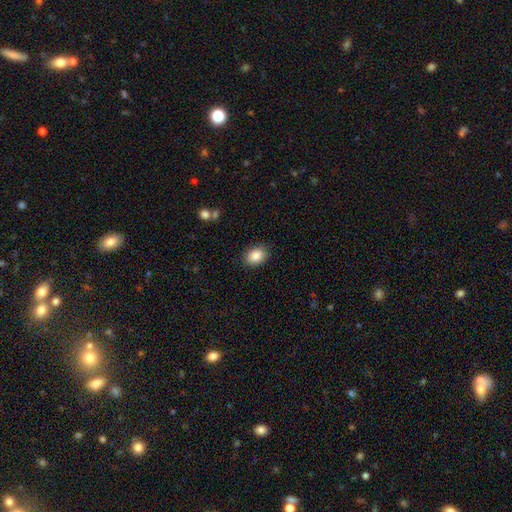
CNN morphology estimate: This is clearly a smooth galaxy (87%). How rounded: likely in between (66%). Merging: clearly none (86%).